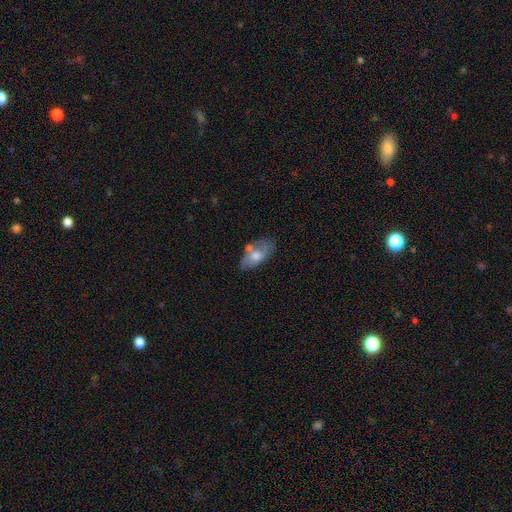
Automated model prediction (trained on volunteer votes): smooth-or-featured: smooth: 58% | featured or disk: 35% | star or artifact: 7%
  how-rounded: in between: 91% | cigar-shaped: 5% | round: 4%
  merging: none: 52% | minor disturbance: 23% | merger: 18% | major disturbance: 7%